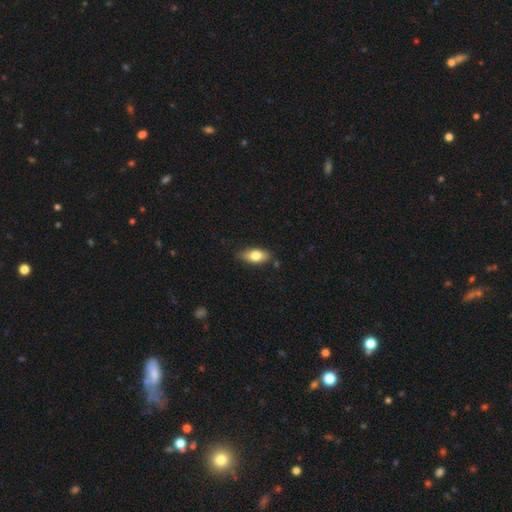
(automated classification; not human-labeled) smooth_or_featured: smooth (p=0.76) [alt: featured or disk p=0.17]
how_rounded: in between (p=0.85) [alt: cigar-shaped p=0.11]
merging: none (p=0.81) [alt: minor disturbance p=0.15]